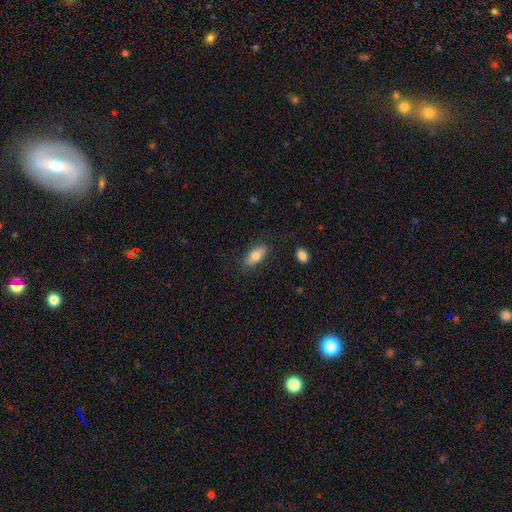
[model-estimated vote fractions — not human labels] smooth 77%, featured or disk 16%, star or artifact 7%. Down the decision tree: how rounded — in between (84%); merging — none (81%).